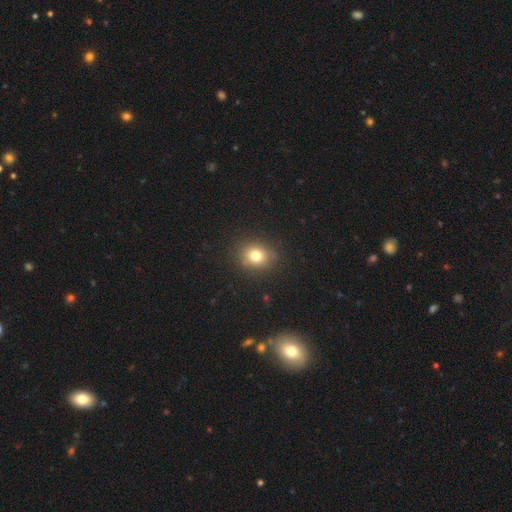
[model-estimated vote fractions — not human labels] smooth_or_featured: smooth (p=0.77) [alt: star or artifact p=0.14]
how_rounded: round (p=0.66) [alt: in between p=0.33]
merging: none (p=0.86) [alt: minor disturbance p=0.09]